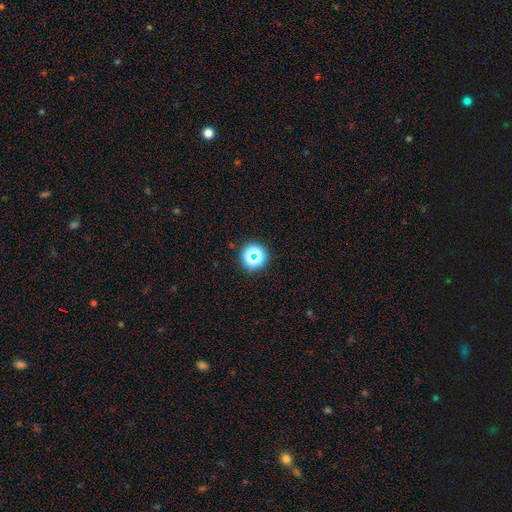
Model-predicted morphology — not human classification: Q: Smooth or featured?
A: star or artifact (56%); runner-up: smooth (35%)